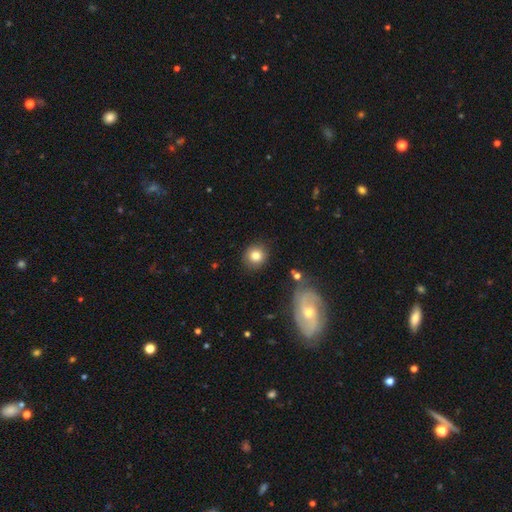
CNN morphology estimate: Smooth or featured? Predicted: smooth (p=0.81). How rounded? Predicted: round (p=0.88). Merging? Predicted: none (p=0.86).